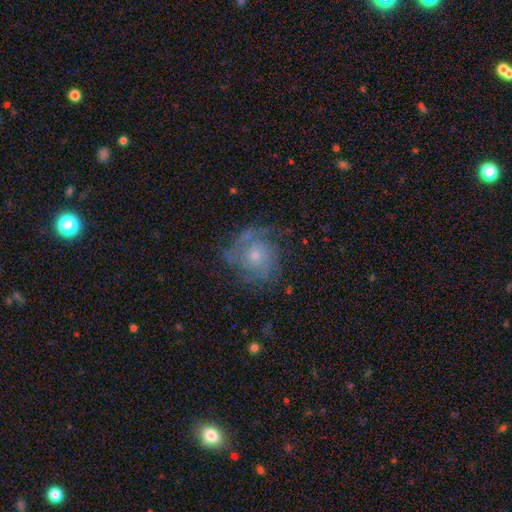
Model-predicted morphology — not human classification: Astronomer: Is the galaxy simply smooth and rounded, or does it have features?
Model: featured or disk — 66%.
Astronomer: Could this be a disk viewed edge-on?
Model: no — 97%.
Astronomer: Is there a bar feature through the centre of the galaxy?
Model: no — 81%.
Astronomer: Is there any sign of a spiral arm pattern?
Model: yes — 84%.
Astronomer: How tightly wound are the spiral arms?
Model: tight — 46% (runner-up: medium, 38%).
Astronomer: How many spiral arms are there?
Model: can't tell — 36% (runner-up: 2, 27%).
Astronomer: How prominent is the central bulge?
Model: small — 54% (runner-up: moderate, 39%).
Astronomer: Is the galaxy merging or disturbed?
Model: none — 60%.